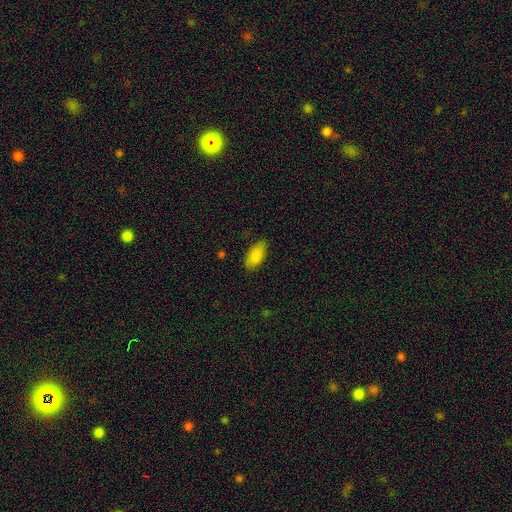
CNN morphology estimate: Overall: smooth (88%). How rounded: in between (91%). Merging: none (83%).